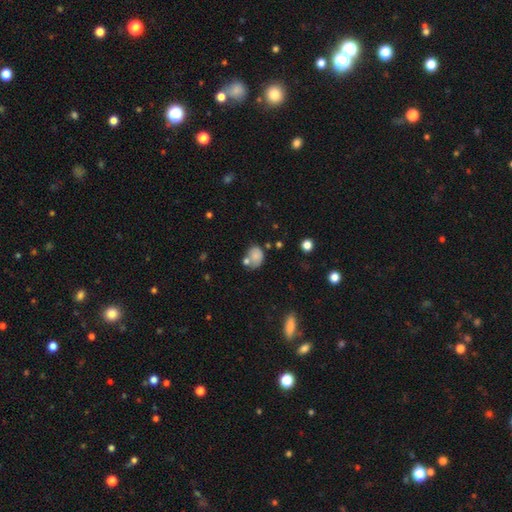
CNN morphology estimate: smooth 77%, featured or disk 12%, star or artifact 11%. Down the decision tree: how rounded — in between (52%); merging — none (44%).